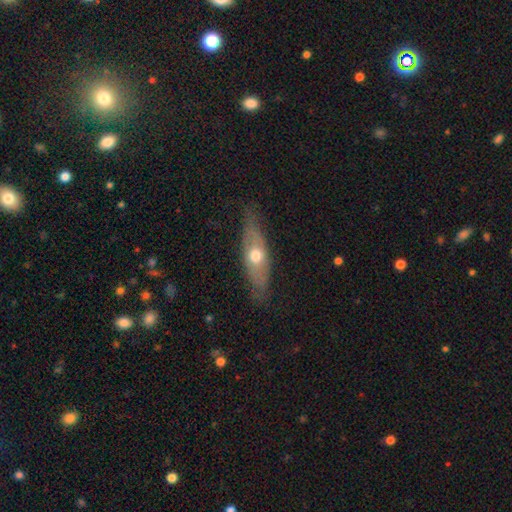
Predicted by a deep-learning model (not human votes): Smooth or featured? Predicted: smooth (p=0.49). Merging? Predicted: none (p=0.74).